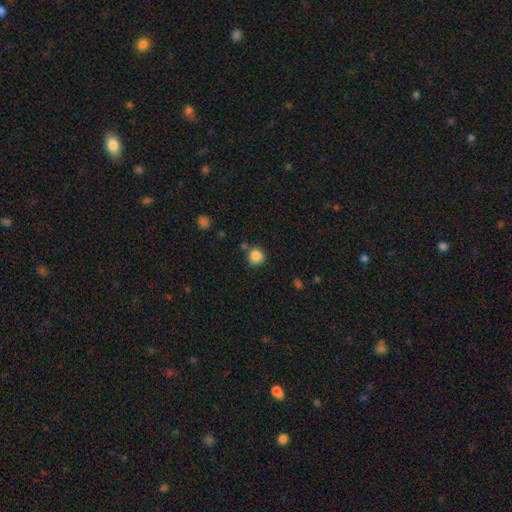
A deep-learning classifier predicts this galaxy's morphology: Overall: smooth (85%). How rounded: round (88%). Merging: none (73%).